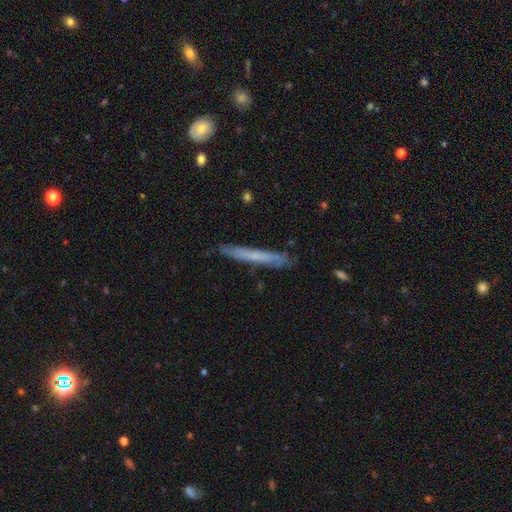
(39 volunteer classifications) A smooth galaxy with no disk features (49%) that is cigar-shaped (95%).

Vote fractions:
- Smooth or featured? smooth: 49% / featured or disk: 41% / star or artifact: 10%
- How rounded? cigar-shaped: 95% / in between: 5% / round: 0%
- Merging? none: 77% / minor disturbance: 20% / major disturbance: 3% / merger: 0%